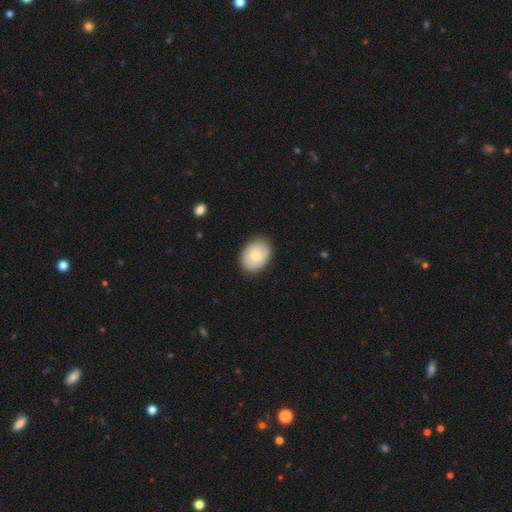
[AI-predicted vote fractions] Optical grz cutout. It shows a smooth galaxy with no disk features (77%) that is in between round and cigar-shaped (66%). Merging: none (86%).